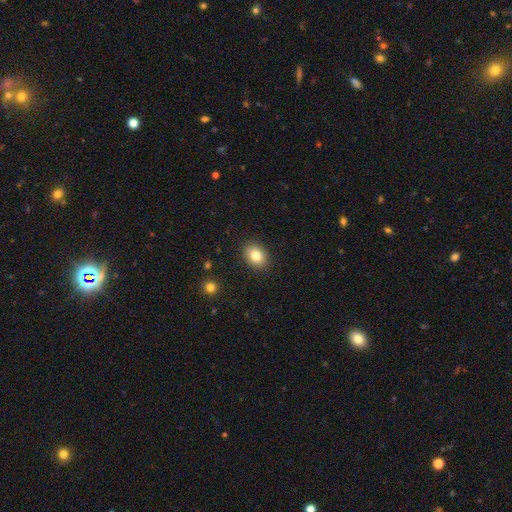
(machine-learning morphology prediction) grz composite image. It shows a smooth galaxy with no disk features (83%) that is in between round and cigar-shaped (65%). Merging: none (89%).